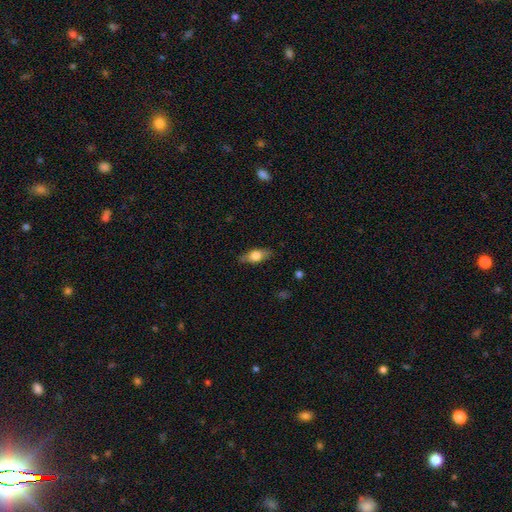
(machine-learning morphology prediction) Smooth or featured? Predicted: smooth (p=0.62). How rounded? Predicted: in between (p=0.75). Merging? Predicted: none (p=0.81).